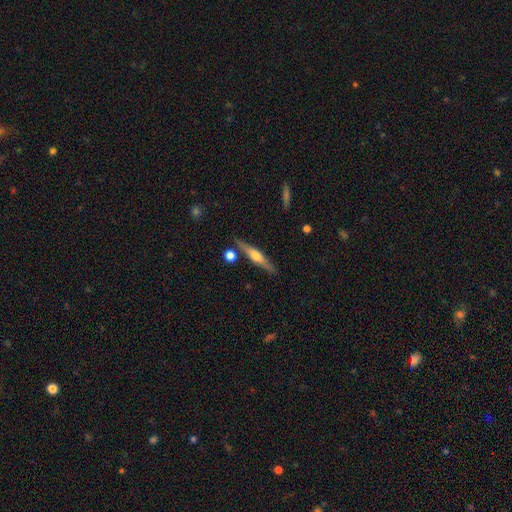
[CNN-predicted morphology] type=featured or disk (64%); edge-on=yes (96%); edge-on bulge=rounded (85%); merging=none (83%).